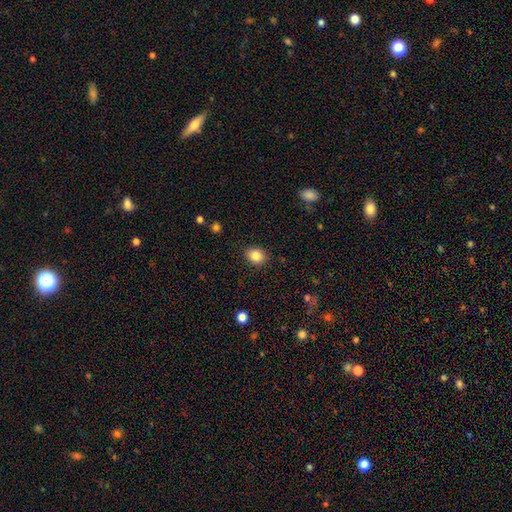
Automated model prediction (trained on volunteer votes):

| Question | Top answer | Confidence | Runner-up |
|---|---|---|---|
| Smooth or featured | smooth | 85% | star or artifact (9%) |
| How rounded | round | 55% | in between (44%) |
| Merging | none | 88% | minor disturbance (8%) |